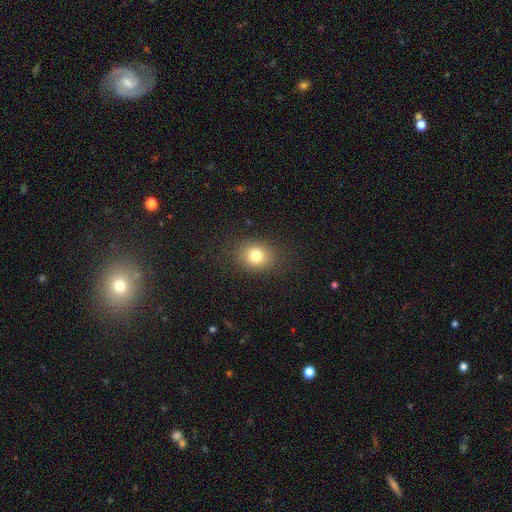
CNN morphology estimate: Smooth or featured? smooth (79%)
How rounded? round (61%)
Merging? none (86%)